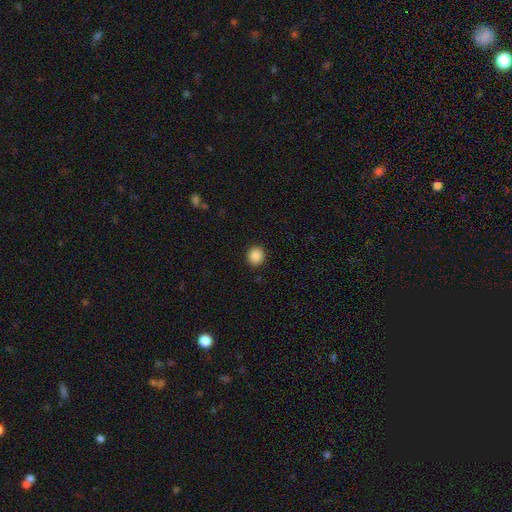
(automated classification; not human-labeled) The model was most divided on "how rounded": round: 85%, in between: 14%, cigar-shaped: 1%. More confident: merging — none (92%); smooth or featured — smooth (88%).